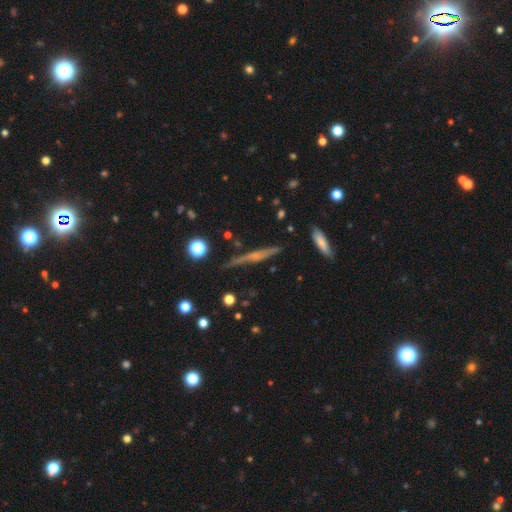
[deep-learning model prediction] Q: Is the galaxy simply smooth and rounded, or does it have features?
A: featured or disk — 58%.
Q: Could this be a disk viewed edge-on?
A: yes — 96%.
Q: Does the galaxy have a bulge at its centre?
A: none — 54%.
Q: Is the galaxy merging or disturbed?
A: none — 83%.